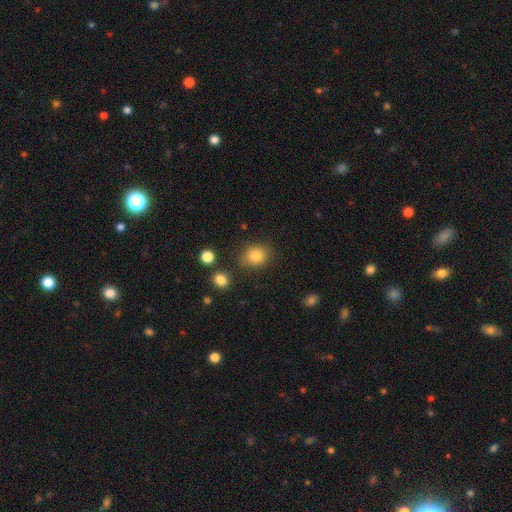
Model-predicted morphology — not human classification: A smooth galaxy with no disk features (83%) that is round (58%). Merging: none (79%).